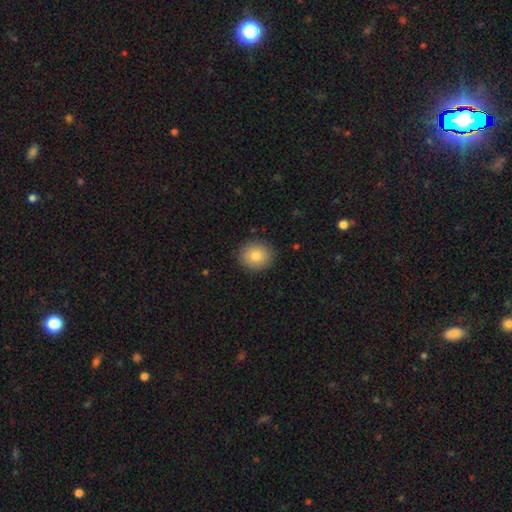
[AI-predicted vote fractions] A smooth galaxy with no disk features (81%) that is round (79%). Merging: none (89%).